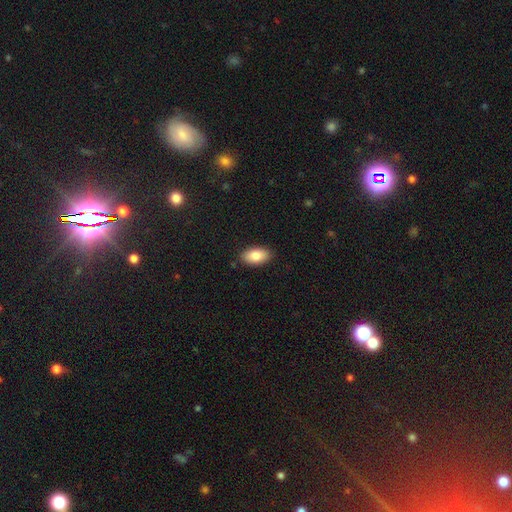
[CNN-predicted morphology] Smooth or featured? Predicted: smooth (p=0.85). How rounded? Predicted: in between (p=0.94). Merging? Predicted: none (p=0.87).